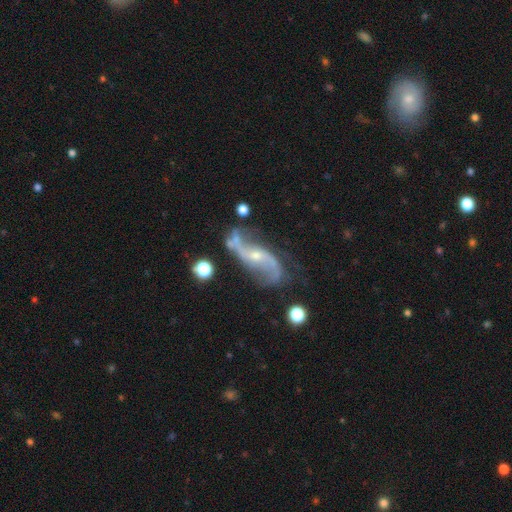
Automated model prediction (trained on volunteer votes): featured or disk 89%, star or artifact 6%, smooth 5%. Down the decision tree: edge-on disk — no (95%); bar — no (49%); spiral arms — yes (96%); spiral arm count — 2 (92%); spiral winding — loose (74%); bulge size — small (66%); merging — none (62%).